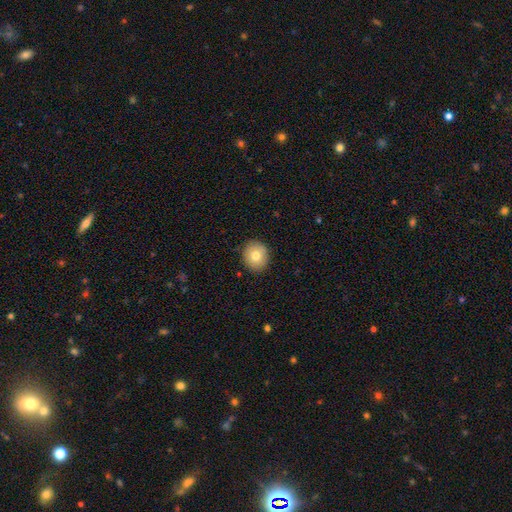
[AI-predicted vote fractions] This is likely a smooth galaxy (77%). How rounded: likely round (79%). Merging: clearly none (89%).